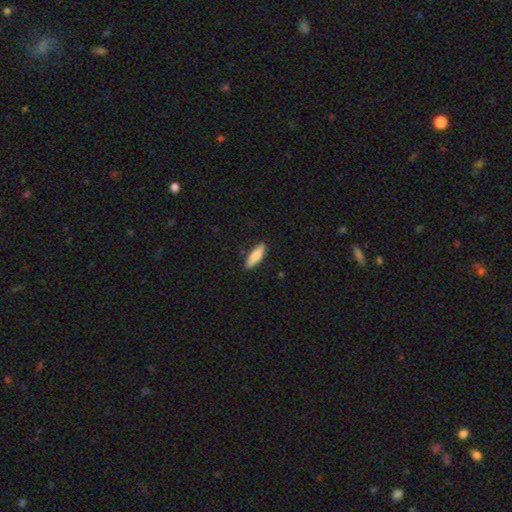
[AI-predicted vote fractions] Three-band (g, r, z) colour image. It shows a smooth galaxy with no disk features (80%) that is cigar-shaped (52%). Merging: none (88%).